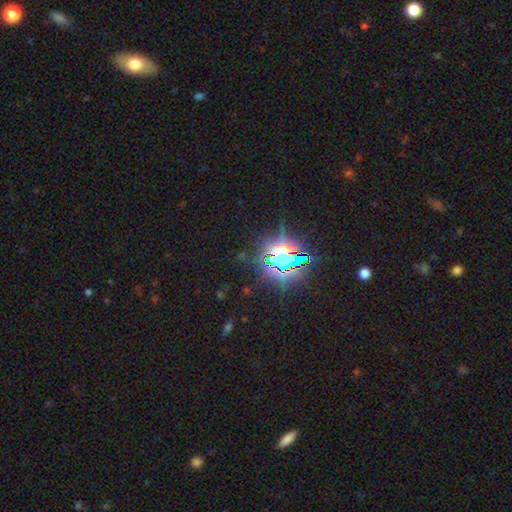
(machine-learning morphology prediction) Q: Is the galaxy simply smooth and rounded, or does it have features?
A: star or artifact — 83%.